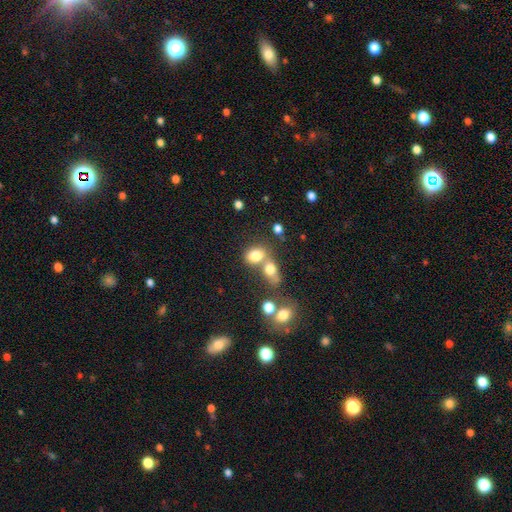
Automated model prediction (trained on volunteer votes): Overall: smooth (78%). How rounded: in between (66%; round 32%). Merging: merger (45%; none 38%).